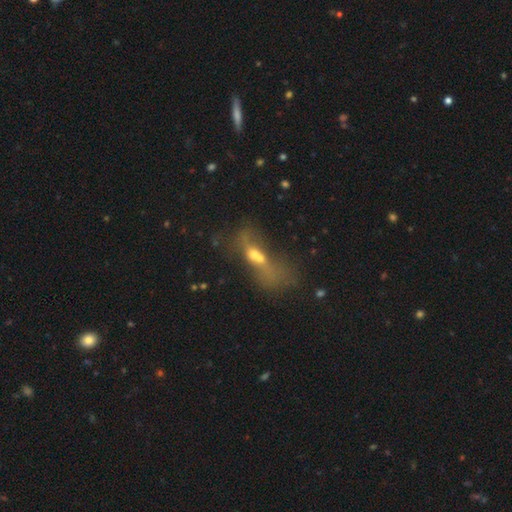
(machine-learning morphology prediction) This appears to be a featured or disk galaxy (45%). Merging: merger (49%).